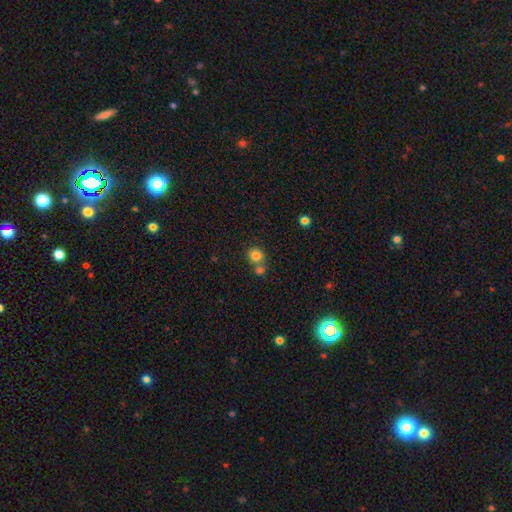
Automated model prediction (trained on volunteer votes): Overall: smooth (82%). How rounded: round (85%). Merging: none (54%; merger 35%).